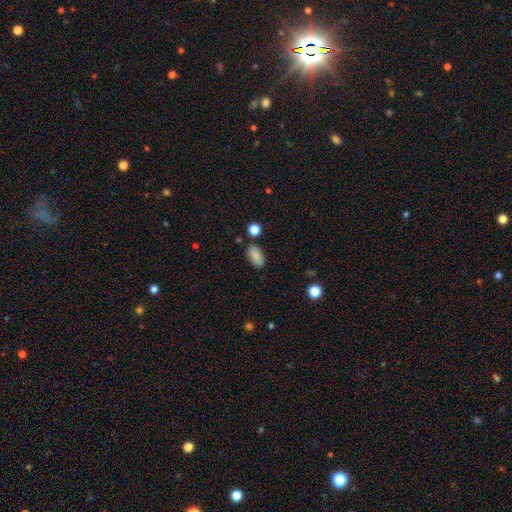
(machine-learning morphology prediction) Smooth or featured?
  - smooth: 88% *
  - star or artifact: 8%
  - featured or disk: 4%
How rounded?
  - in between: 92% *
  - round: 5%
  - cigar-shaped: 4%
Merging?
  - none: 81% *
  - minor disturbance: 12%
  - merger: 4%
  - major disturbance: 3%